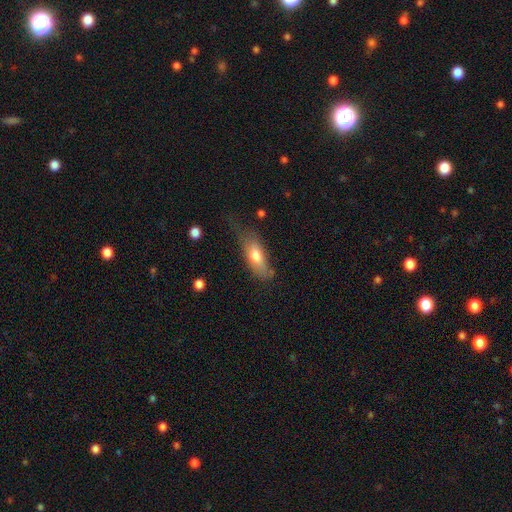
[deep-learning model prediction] smooth 71%, featured or disk 22%, star or artifact 7%. Down the decision tree: how rounded — in between (73%); merging — none (42%).